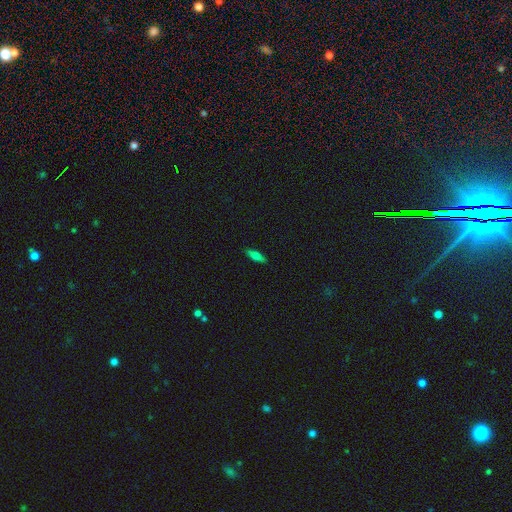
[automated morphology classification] Overall: smooth (60%; featured or disk 31%). How rounded: in between (50%; cigar-shaped 47%). Merging: none (88%).